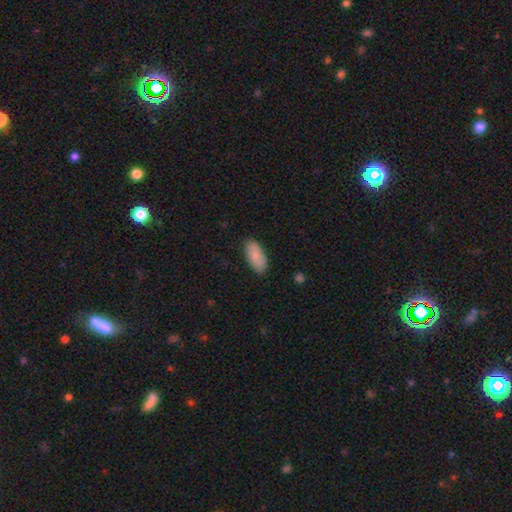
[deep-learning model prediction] A smooth galaxy with no disk features (84%) that is in between round and cigar-shaped (92%). Merging: none (85%).